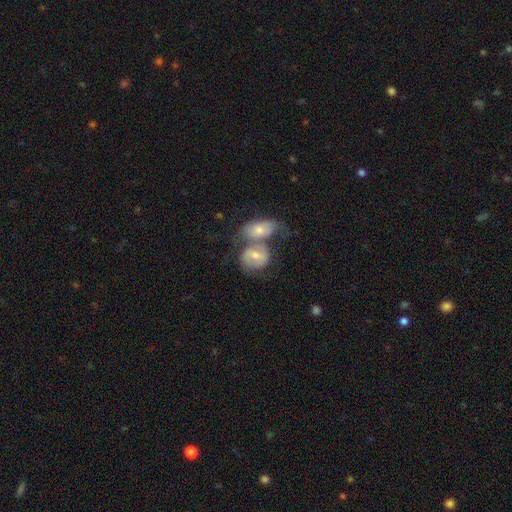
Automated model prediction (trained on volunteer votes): smooth-or-featured: smooth: 47% (tied) | featured or disk: 47% (tied) | star or artifact: 6%
  merging: merger: 62% | none: 22% | minor disturbance: 9% | major disturbance: 7%